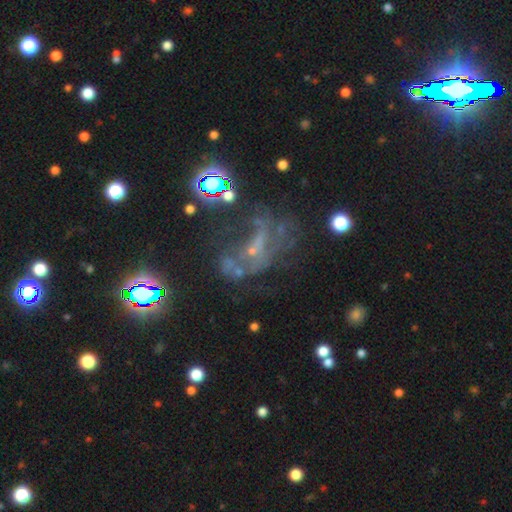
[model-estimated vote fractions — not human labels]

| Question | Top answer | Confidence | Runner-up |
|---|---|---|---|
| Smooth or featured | featured or disk | 47% | star or artifact (38%) |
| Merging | none | 45% | major disturbance (28%) |